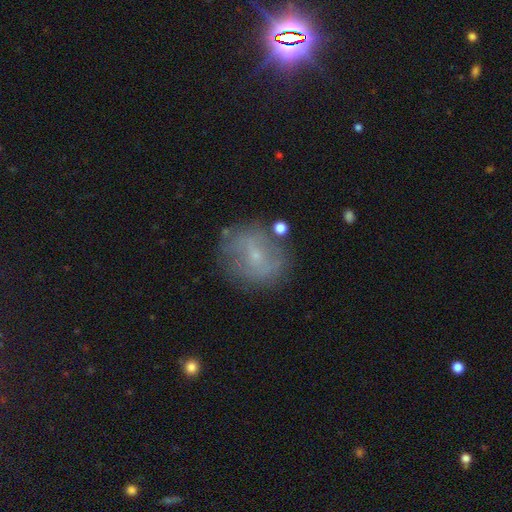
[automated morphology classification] Overall: featured or disk (50%; smooth 38%). Edge-on disk: no (95%). Merging: none (73%).